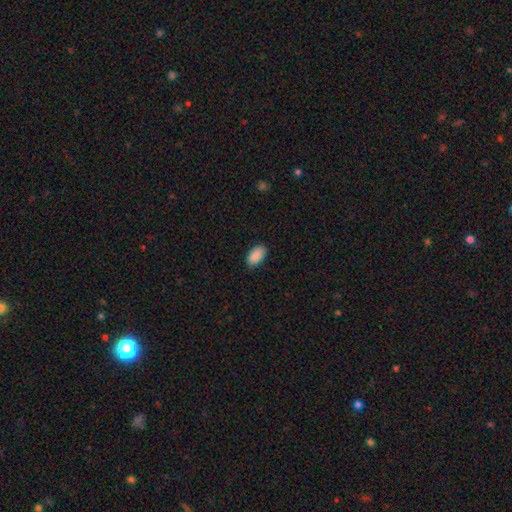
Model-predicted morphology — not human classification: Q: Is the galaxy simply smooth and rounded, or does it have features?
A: smooth — 91%.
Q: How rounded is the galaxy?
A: in between — 95%.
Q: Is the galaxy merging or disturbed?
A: none — 87%.